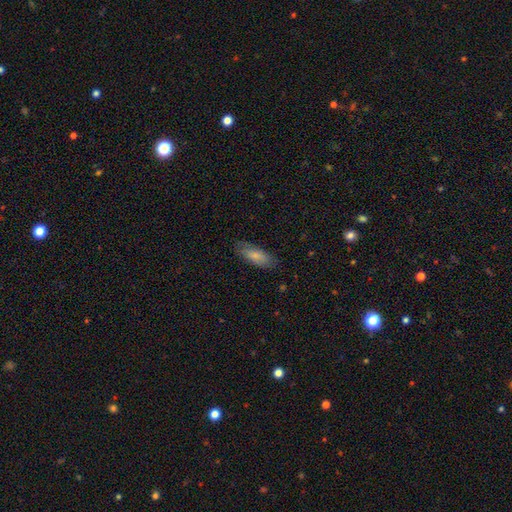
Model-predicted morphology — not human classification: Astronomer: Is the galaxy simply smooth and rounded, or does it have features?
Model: smooth — 78%.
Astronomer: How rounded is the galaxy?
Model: in between — 74%.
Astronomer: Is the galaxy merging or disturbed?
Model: none — 81%.